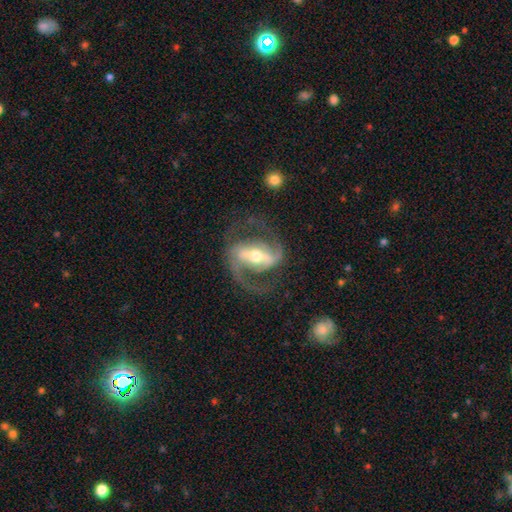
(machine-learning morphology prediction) The model was most divided on "bulge size": moderate: 61%, small: 31%, large: 6%, none: 1%, dominant: 1%. More confident: edge-on disk — no (97%); spiral arms — yes (96%); spiral arm count — 2 (92%); smooth or featured — featured or disk (90%); merging — none (75%); bar — strong (66%); spiral winding — medium (60%).